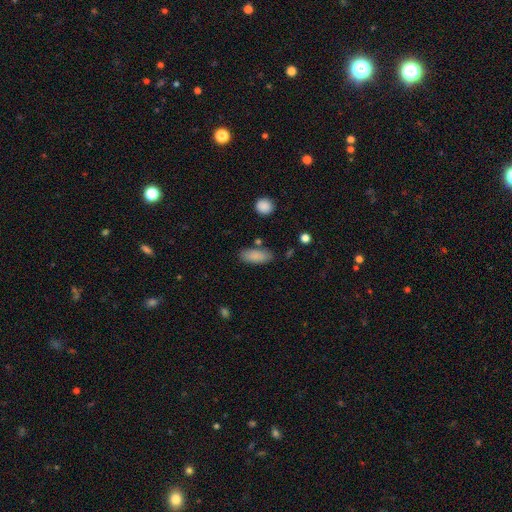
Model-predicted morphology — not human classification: Smooth or featured? smooth (86%)
How rounded? in between (82%)
Merging? none (79%)